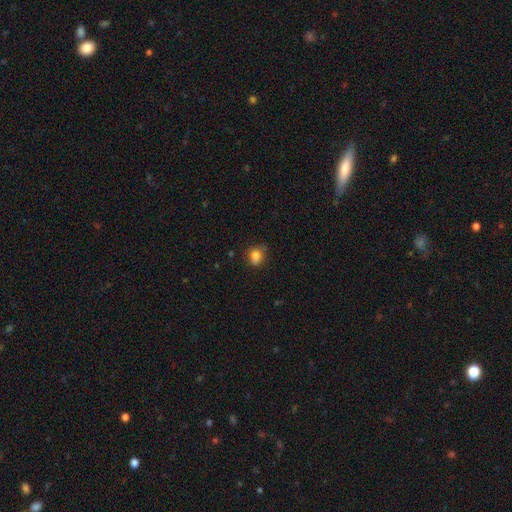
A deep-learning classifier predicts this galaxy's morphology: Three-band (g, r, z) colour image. It shows a smooth galaxy with no disk features (81%) that is round (54%). Merging: none (57%).